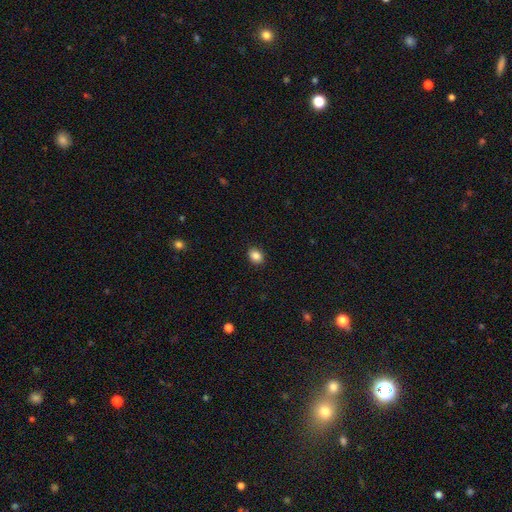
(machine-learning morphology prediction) smooth 87%, star or artifact 9%, featured or disk 4%. Down the decision tree: how rounded — in between (58%); merging — none (90%).